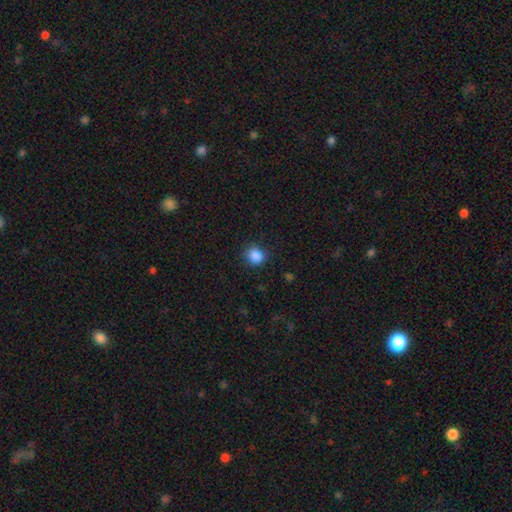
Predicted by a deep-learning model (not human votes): Morphology: type=smooth (87%); roundness=round (79%); merging=none (82%).